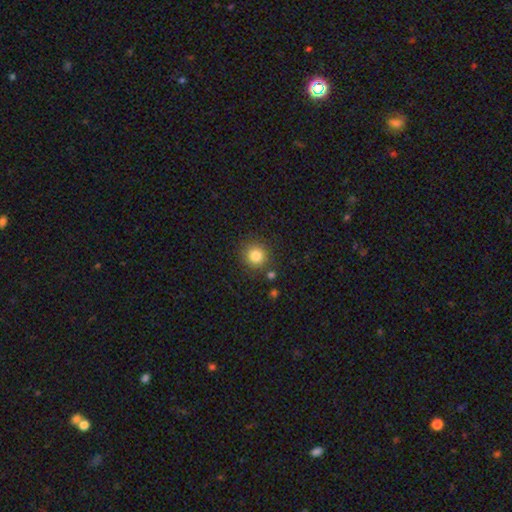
Morphology: type=smooth (92%); roundness=round (100%); merging=none (89%).